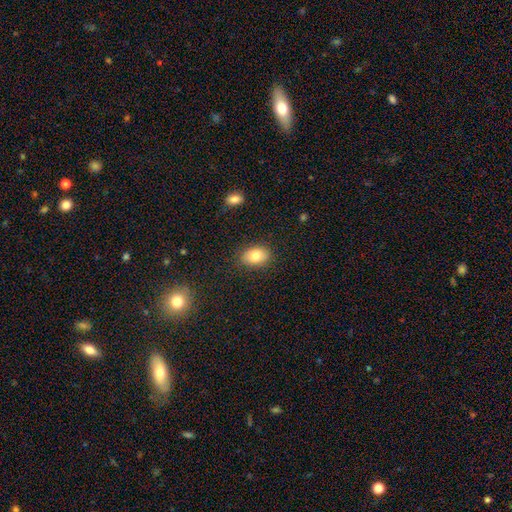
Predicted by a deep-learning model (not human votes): Q: Smooth or featured?
A: smooth (80%); runner-up: featured or disk (11%)
Q: How rounded?
A: in between (80%); runner-up: round (19%)
Q: Merging?
A: none (85%); runner-up: minor disturbance (11%)